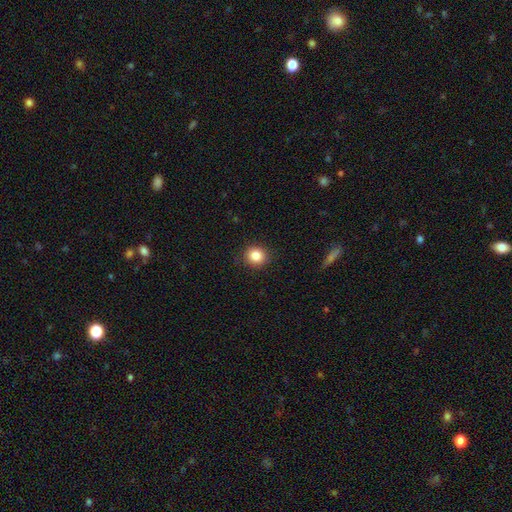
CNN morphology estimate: type=smooth (85%); roundness=round (87%); merging=none (90%).